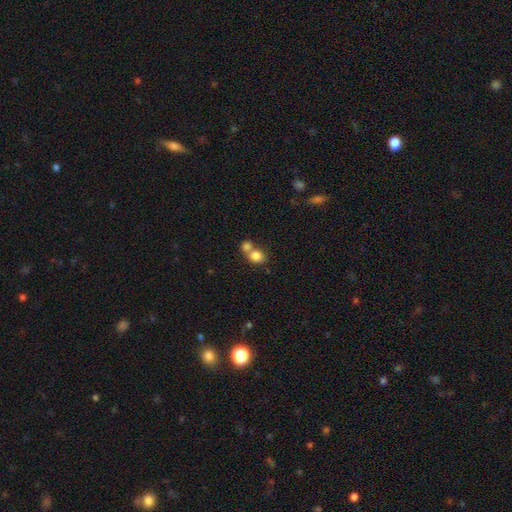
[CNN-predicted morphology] This appears to be a smooth galaxy with no disk features (81%) that is round (70%). Merging: merger (55%).